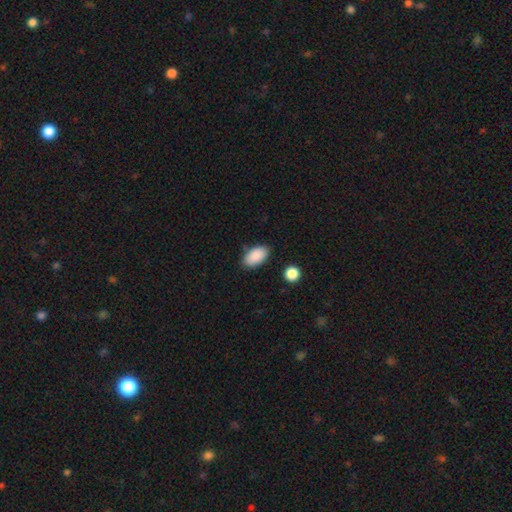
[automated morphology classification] Smooth or featured? Predicted: smooth (p=0.89). How rounded? Predicted: in between (p=0.94). Merging? Predicted: none (p=0.83).